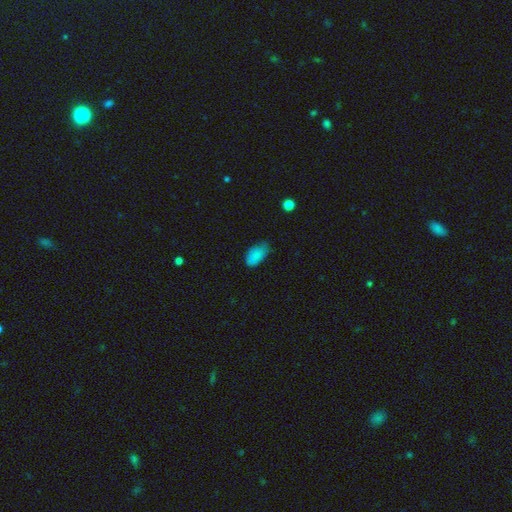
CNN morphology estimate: A smooth galaxy with no disk features (86%) that is in between round and cigar-shaped (93%).

Vote fractions:
- Smooth or featured? smooth: 86% / star or artifact: 8% / featured or disk: 6%
- How rounded? in between: 93% / round: 4% / cigar-shaped: 2%
- Merging? none: 58% / minor disturbance: 35% / major disturbance: 6% / merger: 1%